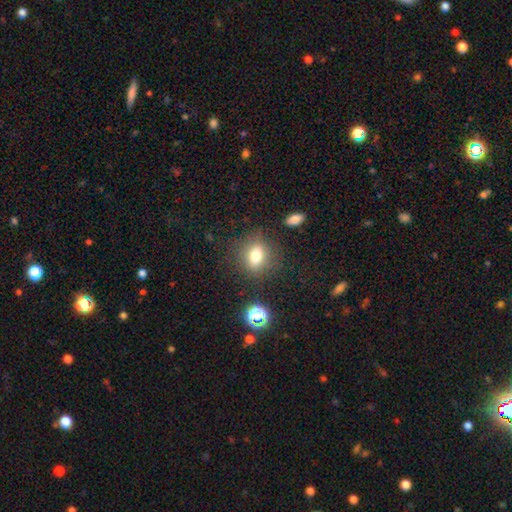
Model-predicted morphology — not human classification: This appears to be a smooth galaxy with no disk features (76%) that is in between round and cigar-shaped (51%). Merging: none (81%).